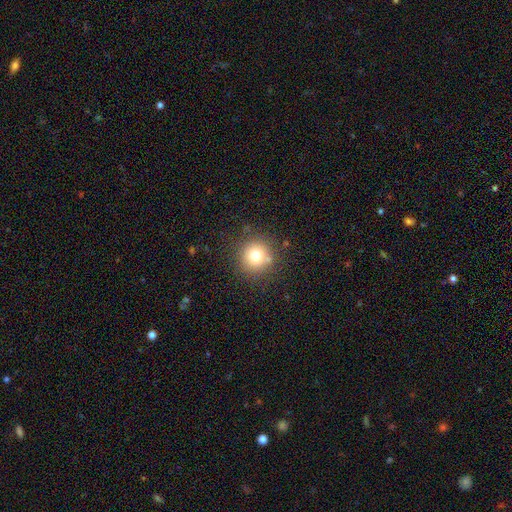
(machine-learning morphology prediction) Smooth or featured? smooth (75%)
How rounded? round (93%)
Merging? none (83%)